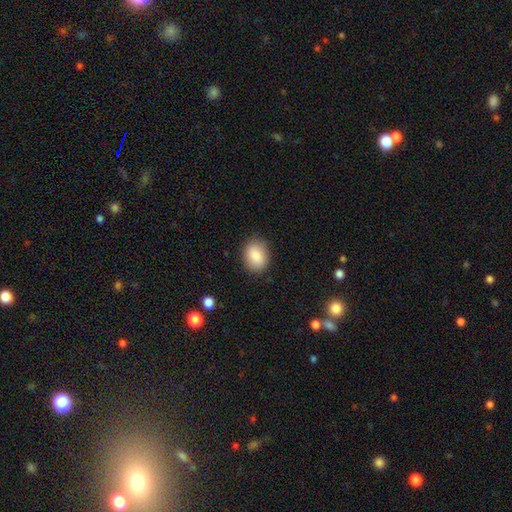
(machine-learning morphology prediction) Smooth or featured: smooth — 85% (star or artifact — 8%)
How rounded: in between — 67% (round — 32%)
Merging: none — 85% (minor disturbance — 11%)